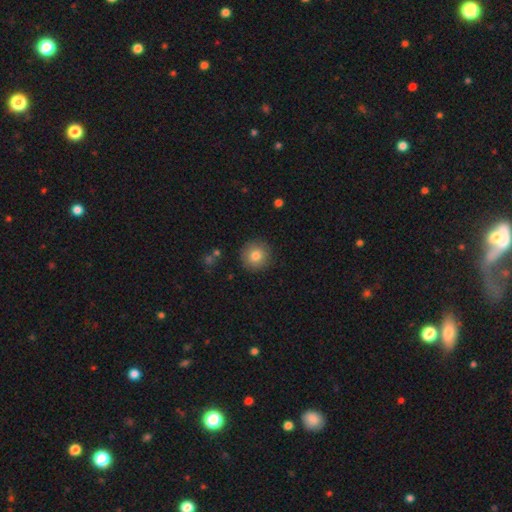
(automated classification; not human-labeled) Smooth or featured? smooth (81%)
How rounded? round (95%)
Merging? none (90%)